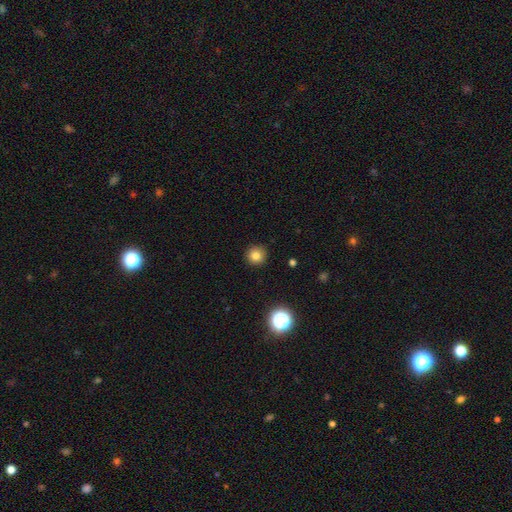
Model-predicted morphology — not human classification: Smooth or featured? Predicted: smooth (p=0.81). How rounded? Predicted: round (p=0.95). Merging? Predicted: none (p=0.91).